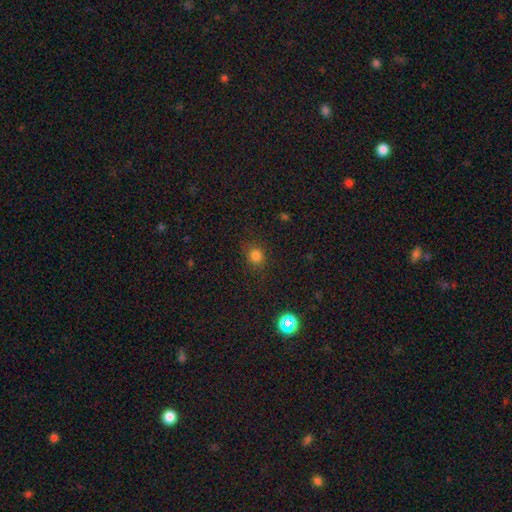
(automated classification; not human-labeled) Smooth or featured?
  - smooth: 80% *
  - star or artifact: 16%
  - featured or disk: 5%
How rounded?
  - round: 78% *
  - in between: 21%
  - cigar-shaped: 1%
Merging?
  - none: 82% *
  - minor disturbance: 13%
  - major disturbance: 4%
  - merger: 1%